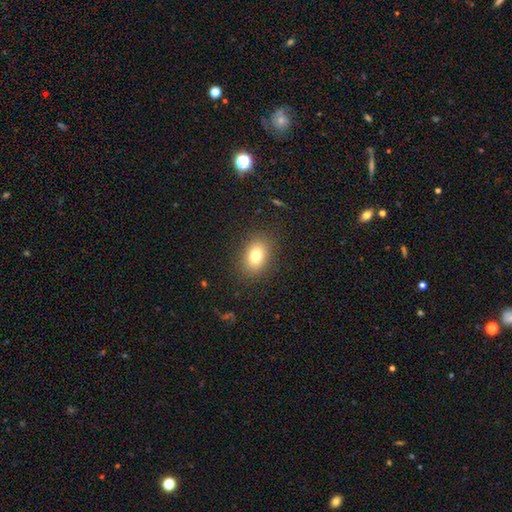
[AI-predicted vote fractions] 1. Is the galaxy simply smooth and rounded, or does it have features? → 78% smooth, 11% featured or disk, 11% star or artifact.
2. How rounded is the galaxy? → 72% in between, 27% round, 1% cigar-shaped.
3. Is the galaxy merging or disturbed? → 86% none, 9% minor disturbance, 4% major disturbance, 1% merger.